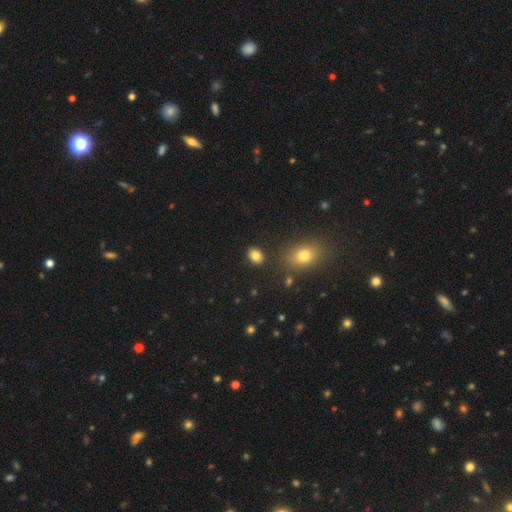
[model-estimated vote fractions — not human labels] A smooth galaxy with no disk features (84%) that is in between round and cigar-shaped (58%).

Vote fractions:
- Smooth or featured? smooth: 84% / star or artifact: 10% / featured or disk: 6%
- How rounded? in between: 58% / round: 40% / cigar-shaped: 1%
- Merging? none: 86% / minor disturbance: 8% / merger: 3% / major disturbance: 3%